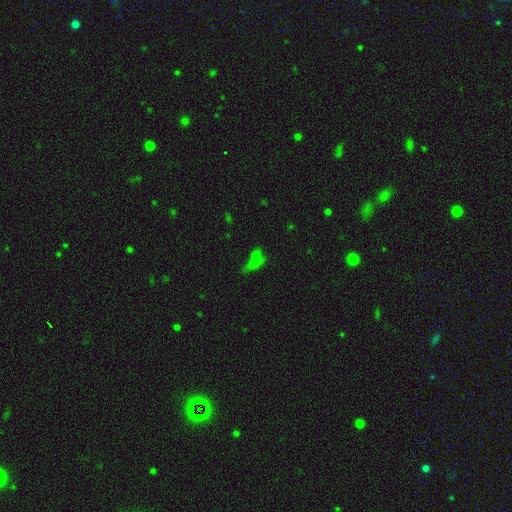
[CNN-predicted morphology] This is possibly a smooth galaxy (52%). How rounded: likely in between (62%). Merging: marginally merger (42%).